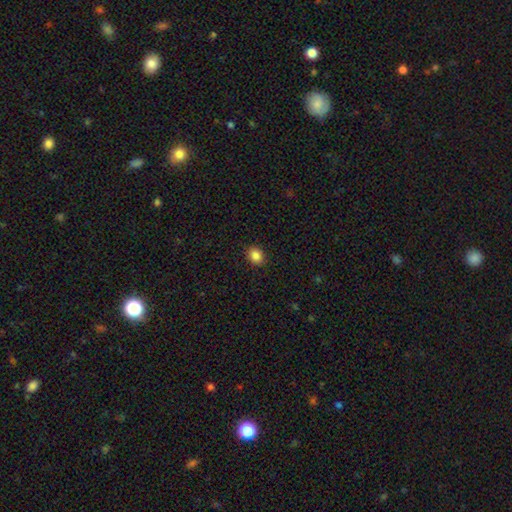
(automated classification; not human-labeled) smooth_or_featured: smooth (p=0.86) [alt: star or artifact p=0.10]
how_rounded: round (p=0.59) [alt: in between p=0.40]
merging: none (p=0.91) [alt: minor disturbance p=0.06]